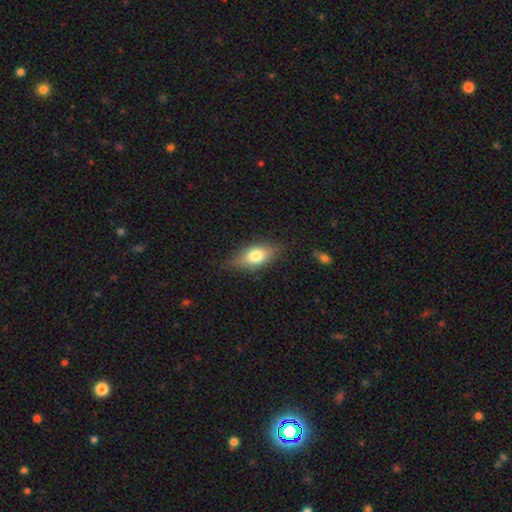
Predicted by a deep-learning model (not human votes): Smooth or featured? Predicted: smooth (p=0.72). How rounded? Predicted: in between (p=0.82). Merging? Predicted: none (p=0.76).